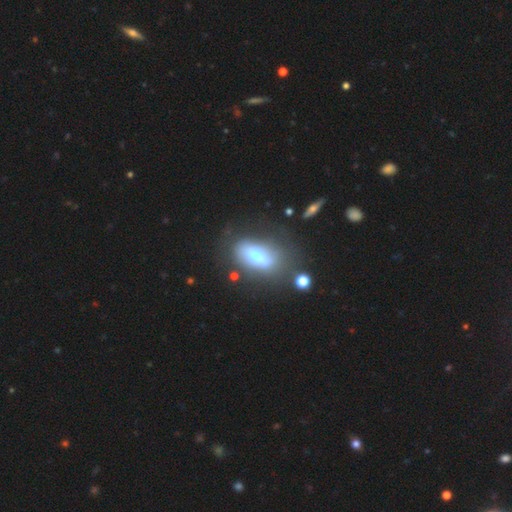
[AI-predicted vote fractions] A smooth galaxy with no disk features (53%) that is in between round and cigar-shaped (79%).

Vote fractions:
- Smooth or featured? smooth: 53% / featured or disk: 38% / star or artifact: 10%
- How rounded? in between: 79% / round: 15% / cigar-shaped: 6%
- Merging? none: 53% / minor disturbance: 21% / major disturbance: 18% / merger: 7%